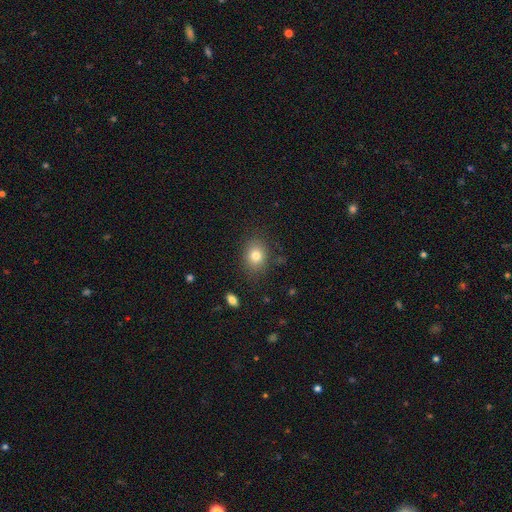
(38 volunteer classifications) Q: Smooth or featured?
A: smooth (76%); runner-up: featured or disk (13%)
Q: How rounded?
A: round (59%); runner-up: in between (41%)
Q: Merging?
A: none (71%); runner-up: minor disturbance (24%)